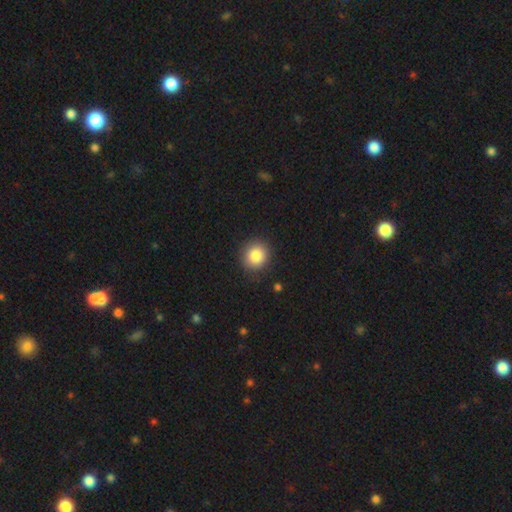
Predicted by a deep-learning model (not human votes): Q: Smooth or featured?
A: smooth (85%); runner-up: star or artifact (9%)
Q: How rounded?
A: round (89%); runner-up: in between (10%)
Q: Merging?
A: none (89%); runner-up: minor disturbance (8%)